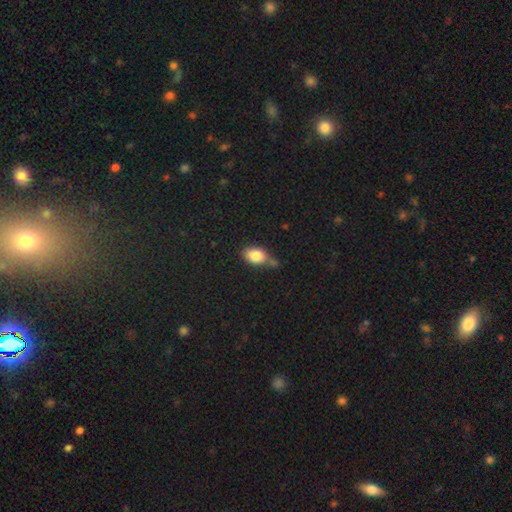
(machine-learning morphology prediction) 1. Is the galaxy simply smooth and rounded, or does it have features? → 83% smooth, 9% featured or disk, 8% star or artifact.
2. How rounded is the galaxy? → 82% in between, 15% round, 2% cigar-shaped.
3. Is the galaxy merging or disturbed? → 49% none, 25% minor disturbance, 20% merger, 6% major disturbance.